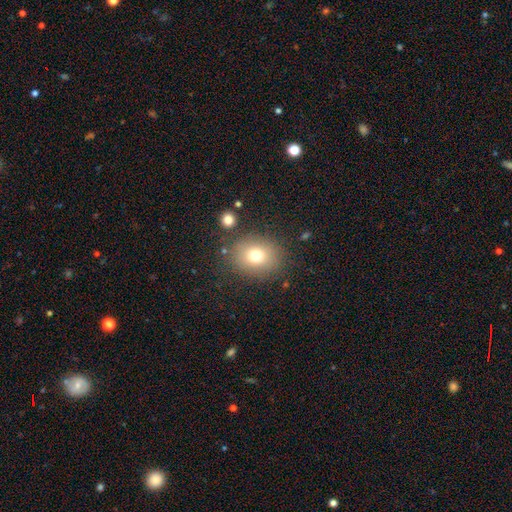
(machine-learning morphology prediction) smooth_or_featured: smooth (p=0.74) [alt: star or artifact p=0.14]
how_rounded: round (p=0.65) [alt: in between p=0.34]
merging: none (p=0.82) [alt: minor disturbance p=0.10]